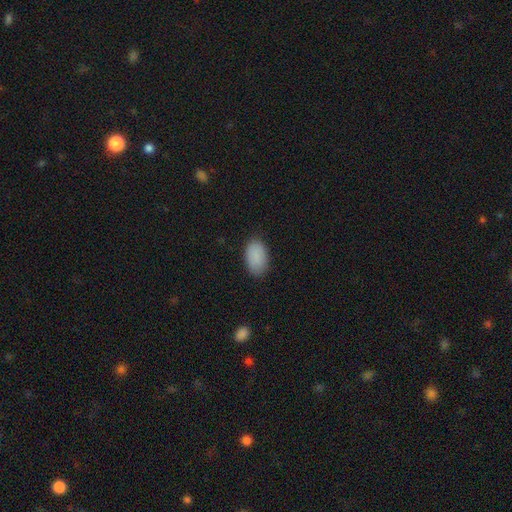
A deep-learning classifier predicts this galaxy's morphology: smooth 89%, star or artifact 7%, featured or disk 4%. Down the decision tree: how rounded — in between (94%); merging — none (85%).